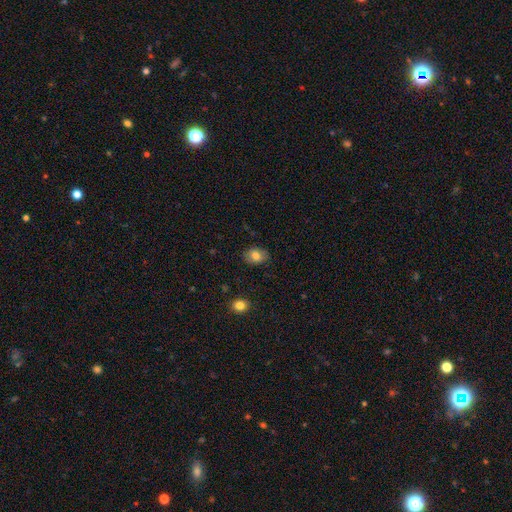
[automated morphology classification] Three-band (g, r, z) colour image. It shows a smooth galaxy with no disk features (80%) that is in between round and cigar-shaped (70%). Merging: none (84%).